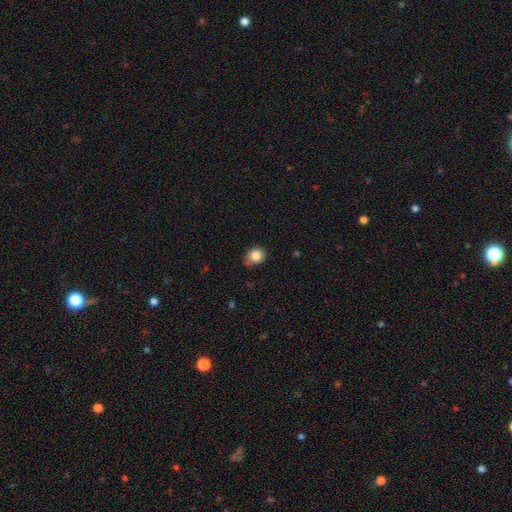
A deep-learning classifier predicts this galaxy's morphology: A smooth galaxy with no disk features (85%) that is round (67%). Merging: none (68%).